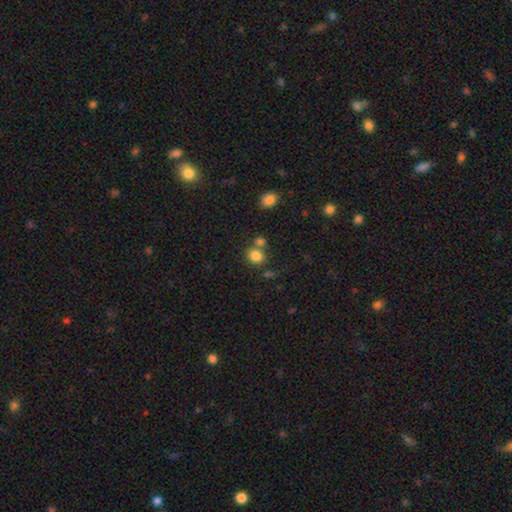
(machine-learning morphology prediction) Smooth or featured: smooth — 82% (star or artifact — 11%)
How rounded: round — 72% (in between — 27%)
Merging: none — 60% (merger — 25%)